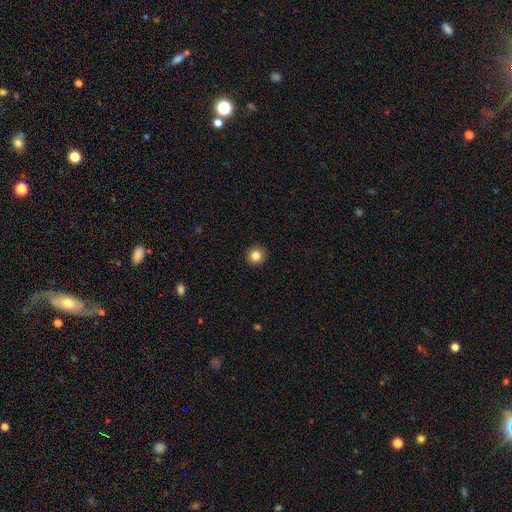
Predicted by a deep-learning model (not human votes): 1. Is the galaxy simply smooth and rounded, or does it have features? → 84% smooth, 11% star or artifact, 5% featured or disk.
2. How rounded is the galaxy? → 96% round, 3% in between, 1% cigar-shaped.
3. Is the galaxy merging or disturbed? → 94% none, 4% minor disturbance, 1% major disturbance, 1% merger.